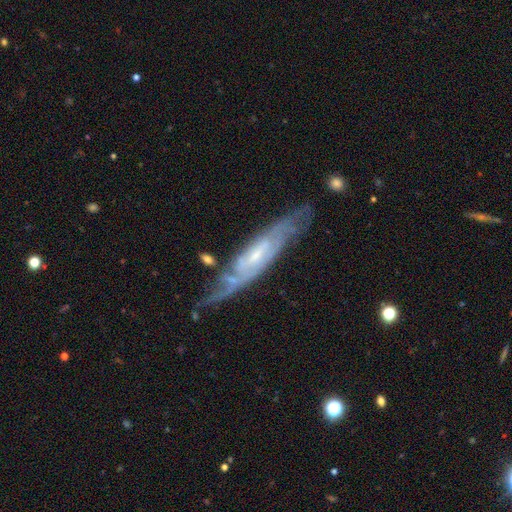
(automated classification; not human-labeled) A featured or disk galaxy (82%) with no bar (44%), spiral arms (90%) and a small central bulge (67%).

Vote fractions:
- Smooth or featured? featured or disk: 82% / smooth: 12% / star or artifact: 6%
- Edge-on disk? no: 64% / yes: 36%
- Bar? no: 44% / weak: 42% / strong: 14%
- Spiral arms? yes: 90% / no: 10%
- Bulge size? small: 67% / moderate: 26% / none: 5% / large: 2% / dominant: 1%
- Merging? none: 63% / minor disturbance: 23% / major disturbance: 10% / merger: 5%